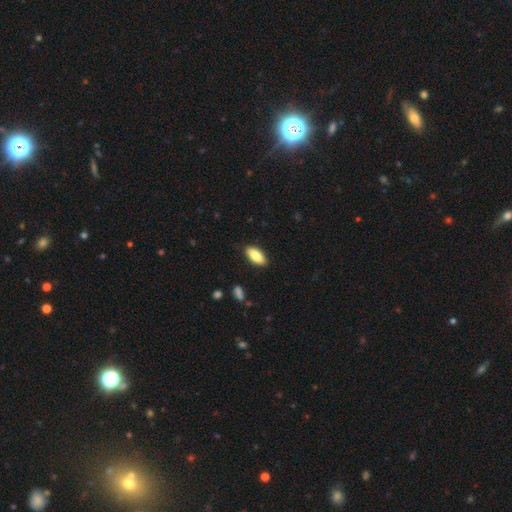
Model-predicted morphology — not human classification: smooth_or_featured: smooth (p=0.85) [alt: featured or disk p=0.09]
how_rounded: in between (p=0.84) [alt: cigar-shaped p=0.14]
merging: none (p=0.87) [alt: minor disturbance p=0.10]